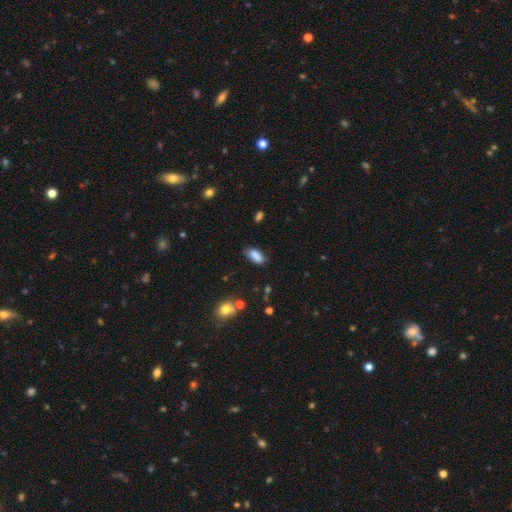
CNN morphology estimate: Overall: smooth (87%). How rounded: in between (87%). Merging: none (79%).